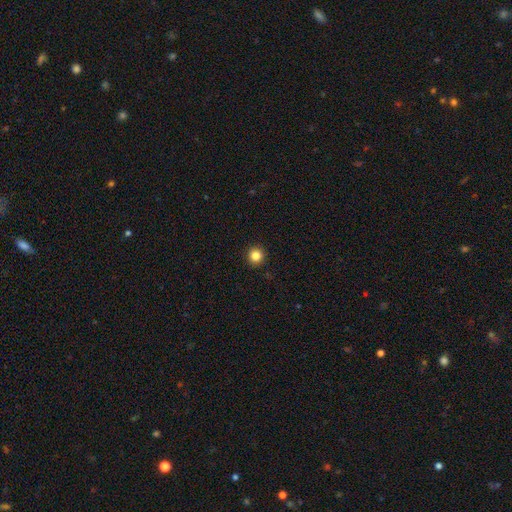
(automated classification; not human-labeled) smooth-or-featured: smooth: 84% | star or artifact: 12% | featured or disk: 4%
  how-rounded: round: 95% | in between: 4% | cigar-shaped: 1%
  merging: none: 93% | minor disturbance: 4% | major disturbance: 2% | merger: 1%